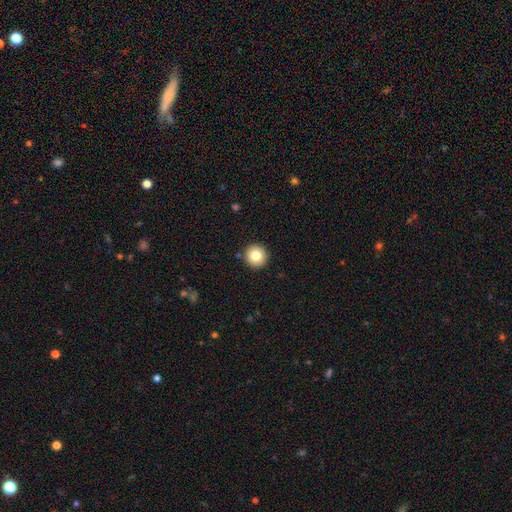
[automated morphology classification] A smooth galaxy with no disk features (80%) that is round (96%). Merging: none (92%).